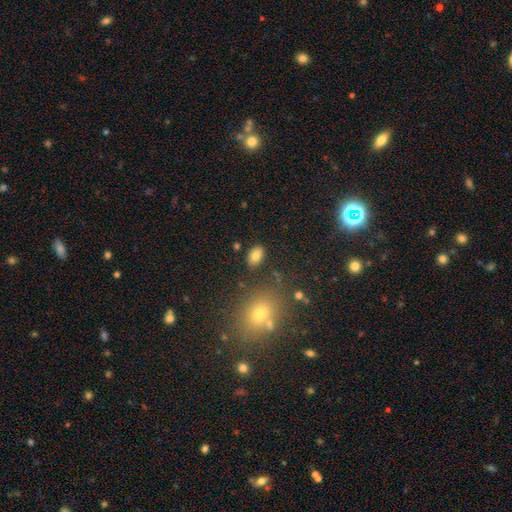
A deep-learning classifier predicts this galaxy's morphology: type=smooth (81%); roundness=in between (84%); merging=none (83%).